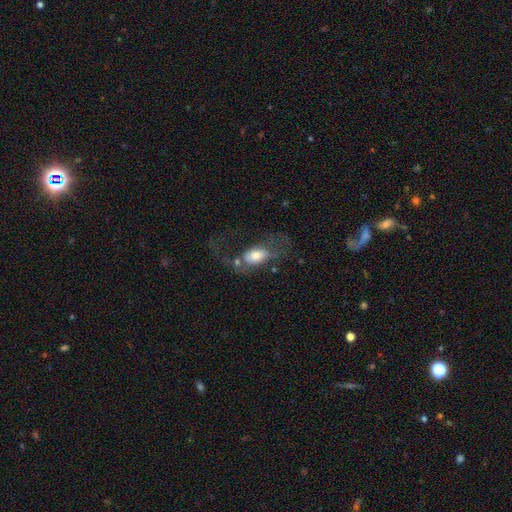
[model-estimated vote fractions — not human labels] Smooth or featured? smooth (59%)
How rounded? in between (85%)
Merging? major disturbance (46%)